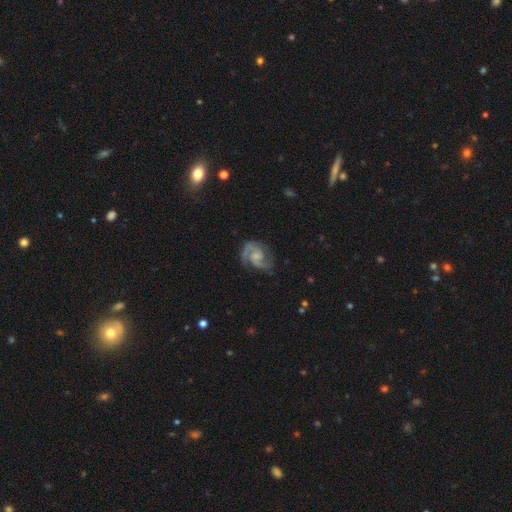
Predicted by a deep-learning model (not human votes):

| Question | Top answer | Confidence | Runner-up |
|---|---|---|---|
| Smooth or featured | featured or disk | 91% | smooth (5%) |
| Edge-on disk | no | 98% | yes (2%) |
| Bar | no | 54% | weak (39%) |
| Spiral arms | yes | 98% | no (2%) |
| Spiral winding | medium | 58% | tight (25%) |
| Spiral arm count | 2 | 90% | 3 (3%) |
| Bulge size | small | 47% | moderate (25%) |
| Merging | none | 74% | minor disturbance (17%) |